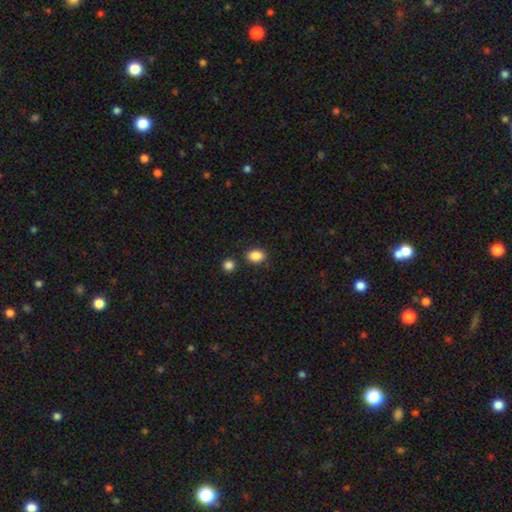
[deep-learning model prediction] smooth 87%, star or artifact 9%, featured or disk 4%. Down the decision tree: how rounded — in between (70%); merging — none (81%).